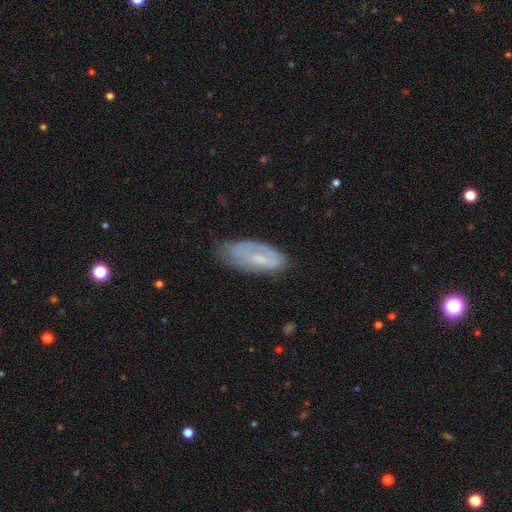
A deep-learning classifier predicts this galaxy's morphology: This is possibly a featured or disk galaxy (48%). Merging: likely none (73%).